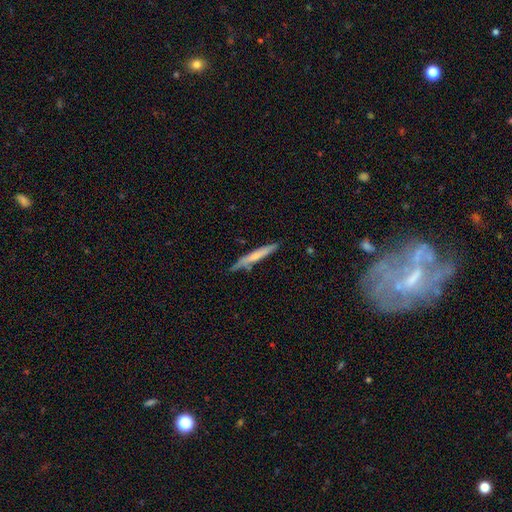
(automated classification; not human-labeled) A smooth galaxy with no disk features (53%) that is cigar-shaped (95%).

Vote fractions:
- Smooth or featured? smooth: 53% / featured or disk: 41% / star or artifact: 6%
- How rounded? cigar-shaped: 95% / in between: 4% / round: 1%
- Merging? none: 78% / minor disturbance: 16% / merger: 3% / major disturbance: 3%